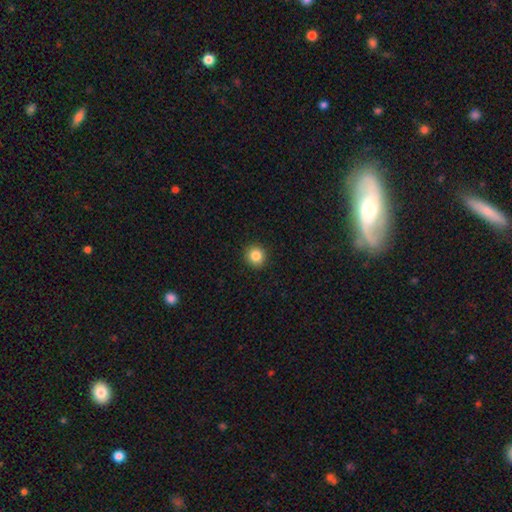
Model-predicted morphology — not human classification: type=smooth (85%); roundness=round (91%); merging=none (93%).